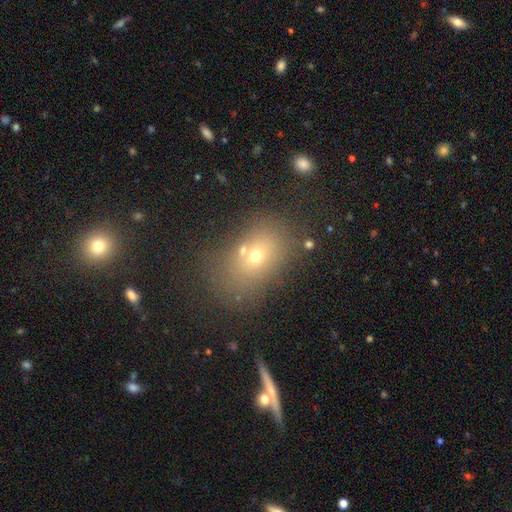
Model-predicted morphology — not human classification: The model was most divided on "smooth or featured": smooth: 58%, star or artifact: 23%, featured or disk: 19%. More confident: how rounded — in between (69%); merging — none (63%).